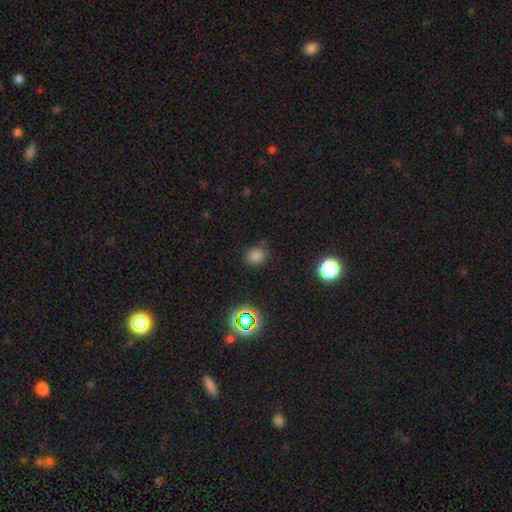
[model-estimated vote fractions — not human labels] Smooth or featured?
  - smooth: 76% *
  - star or artifact: 19%
  - featured or disk: 5%
How rounded?
  - round: 60% *
  - in between: 39%
  - cigar-shaped: 1%
Merging?
  - none: 79% *
  - minor disturbance: 15%
  - major disturbance: 4%
  - merger: 2%